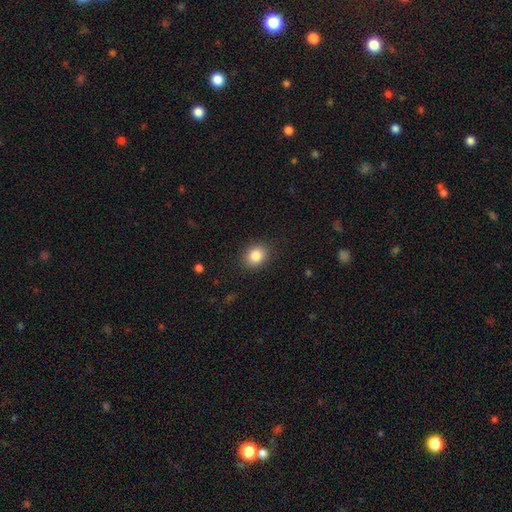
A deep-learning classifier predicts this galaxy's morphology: This appears to be a smooth galaxy with no disk features (85%) that is round (52%). Merging: none (87%).